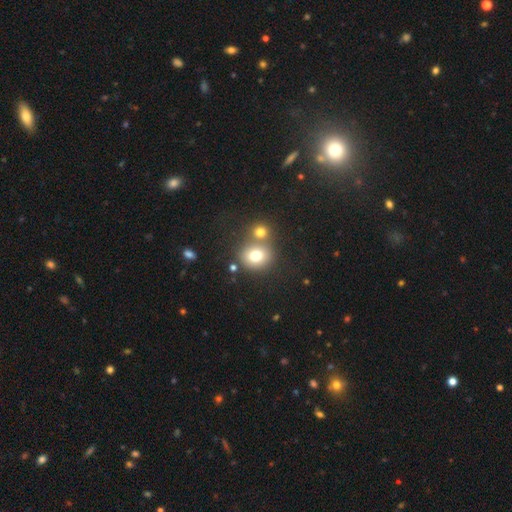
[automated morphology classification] smooth-or-featured: smooth: 75% | star or artifact: 13% | featured or disk: 12%
  how-rounded: round: 75% | in between: 24% | cigar-shaped: 1%
  merging: none: 54% | merger: 33% | minor disturbance: 9% | major disturbance: 4%